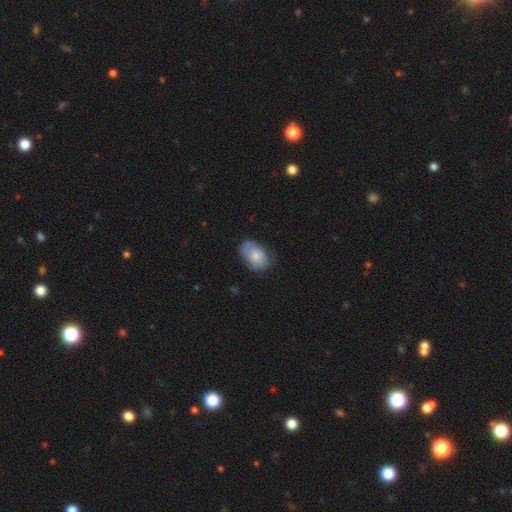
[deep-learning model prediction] smooth_or_featured: smooth (p=0.62) [alt: featured or disk p=0.31]
how_rounded: in between (p=0.86) [alt: round p=0.13]
merging: none (p=0.61) [alt: minor disturbance p=0.28]